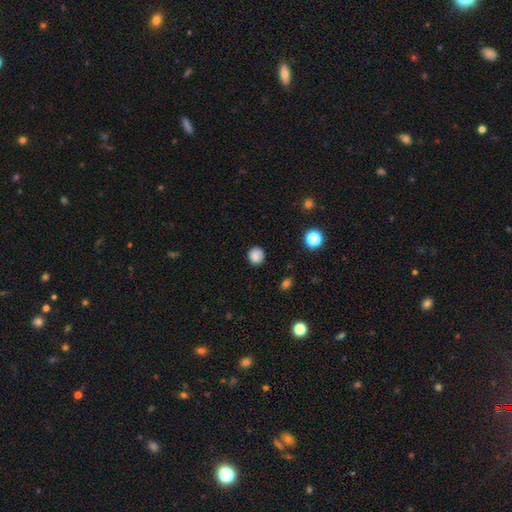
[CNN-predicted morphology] smooth_or_featured: smooth (p=0.86) [alt: star or artifact p=0.11]
how_rounded: round (p=0.84) [alt: in between p=0.15]
merging: none (p=0.87) [alt: minor disturbance p=0.09]